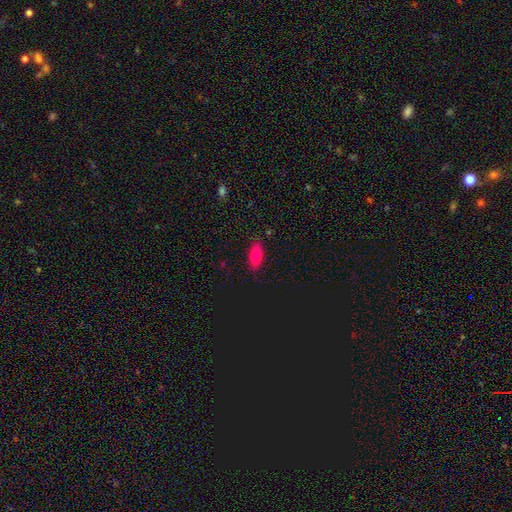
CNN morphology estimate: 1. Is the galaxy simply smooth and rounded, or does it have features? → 79% smooth, 13% star or artifact, 8% featured or disk.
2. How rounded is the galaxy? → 84% in between, 13% cigar-shaped, 3% round.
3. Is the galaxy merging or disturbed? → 84% none, 12% minor disturbance, 3% major disturbance, 1% merger.